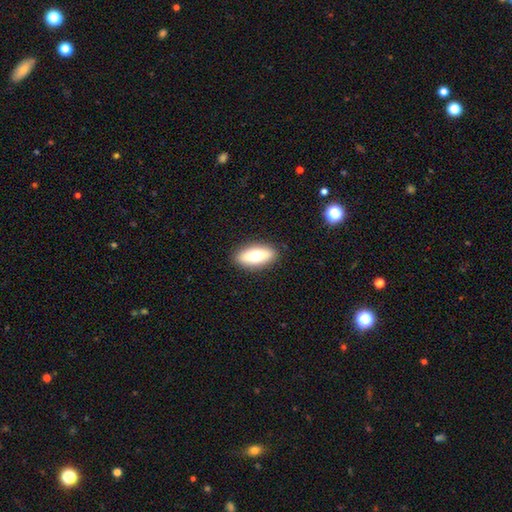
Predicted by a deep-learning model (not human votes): Smooth or featured? smooth (70%)
How rounded? in between (82%)
Merging? none (89%)